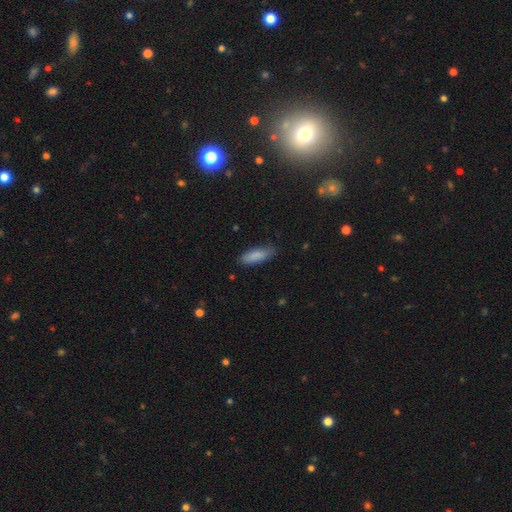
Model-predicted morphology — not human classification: smooth-or-featured: smooth: 87% | featured or disk: 7% | star or artifact: 6%
  how-rounded: in between: 65% | cigar-shaped: 33% | round: 2%
  merging: none: 80% | minor disturbance: 16% | major disturbance: 3% | merger: 1%